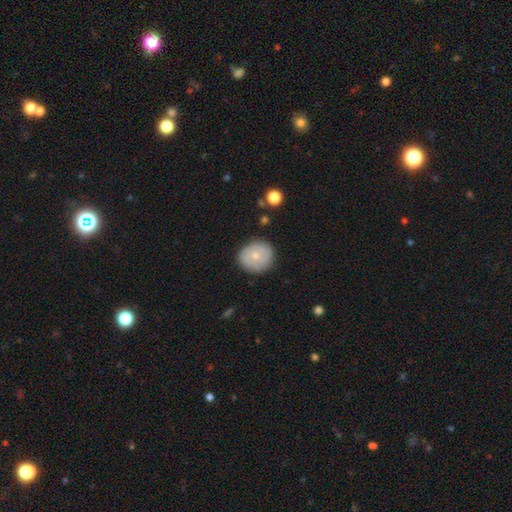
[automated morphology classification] Smooth or featured? smooth (64%)
How rounded? round (81%)
Merging? none (84%)